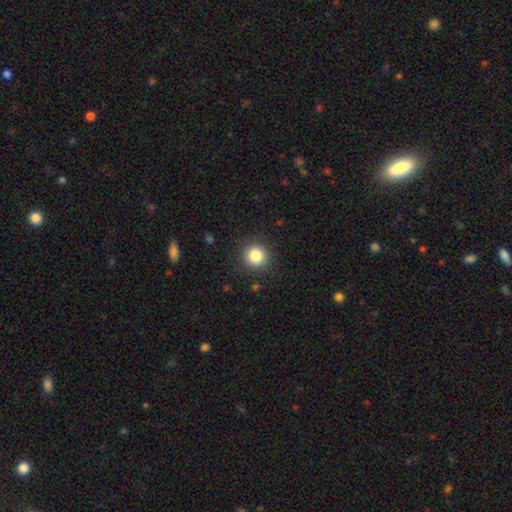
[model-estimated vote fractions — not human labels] Morphology: type=smooth (85%); roundness=round (94%); merging=none (90%).